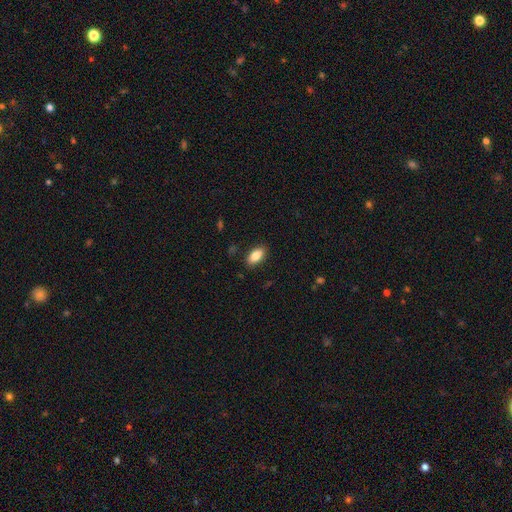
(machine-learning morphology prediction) Smooth or featured: smooth — 85% (featured or disk — 8%)
How rounded: in between — 91% (cigar-shaped — 5%)
Merging: none — 88% (minor disturbance — 9%)